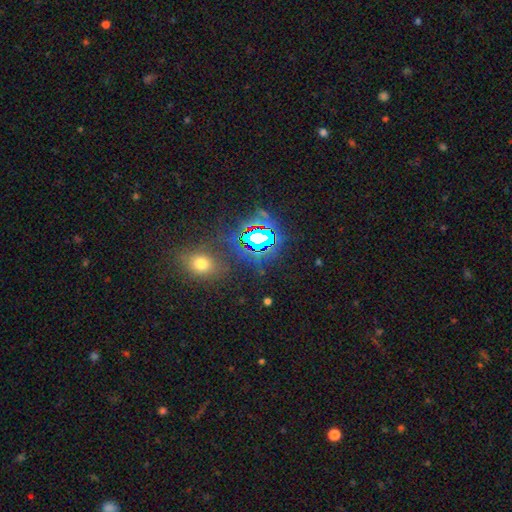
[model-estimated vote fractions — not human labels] Morphology: type=star or artifact (65%).